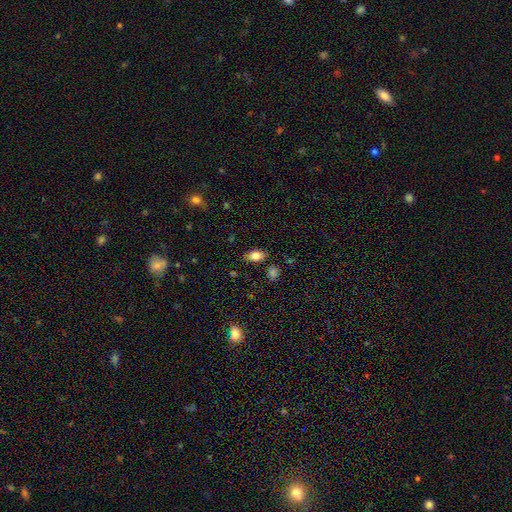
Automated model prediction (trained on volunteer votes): Smooth or featured? Predicted: smooth (p=0.82). How rounded? Predicted: in between (p=0.90). Merging? Predicted: none (p=0.84).